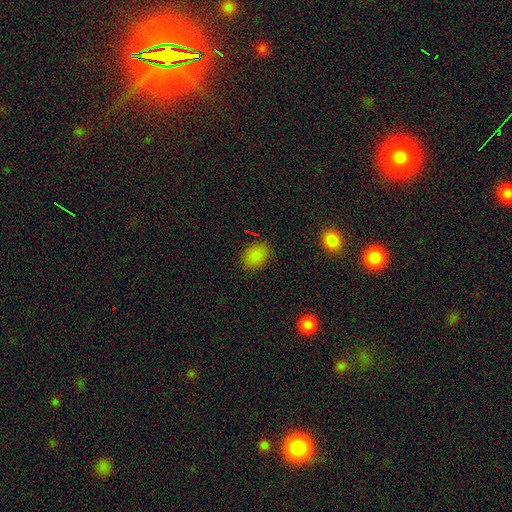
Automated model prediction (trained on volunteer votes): Morphology: type=smooth (84%); roundness=in between (71%); merging=none (86%).